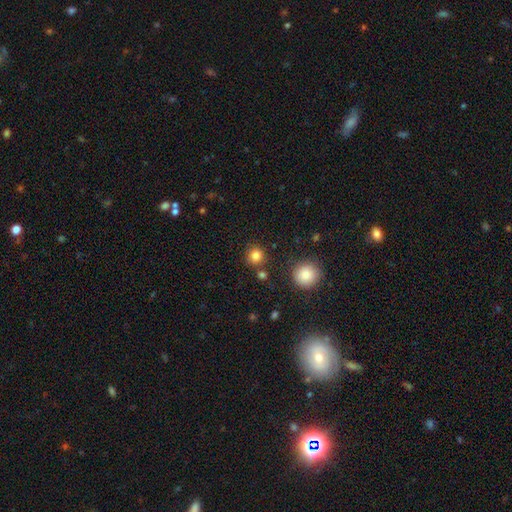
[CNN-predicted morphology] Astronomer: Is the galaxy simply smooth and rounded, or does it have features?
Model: smooth — 83%.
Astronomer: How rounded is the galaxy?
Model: round — 91%.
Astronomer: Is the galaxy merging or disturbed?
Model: none — 83%.